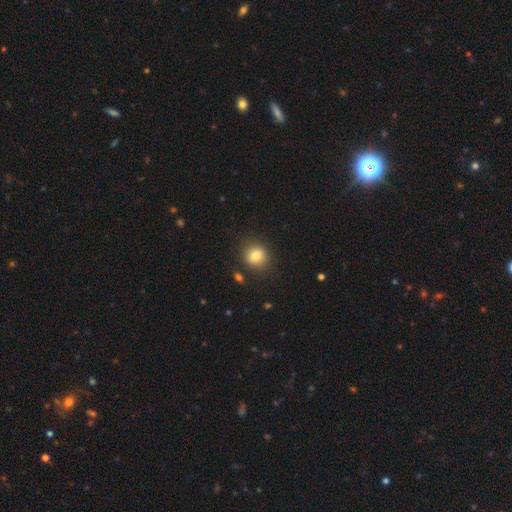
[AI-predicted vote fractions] A smooth galaxy with no disk features (81%) that is round (81%).

Vote fractions:
- Smooth or featured? smooth: 81% / star or artifact: 11% / featured or disk: 9%
- How rounded? round: 81% / in between: 18% / cigar-shaped: 1%
- Merging? none: 85% / minor disturbance: 10% / major disturbance: 3% / merger: 3%